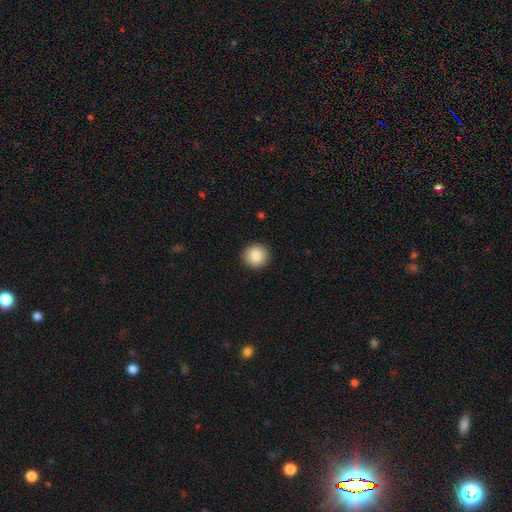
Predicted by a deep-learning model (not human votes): smooth-or-featured: smooth: 88% | star or artifact: 8% | featured or disk: 4%
  how-rounded: round: 93% | in between: 6% | cigar-shaped: 1%
  merging: none: 92% | minor disturbance: 5% | major disturbance: 2% | merger: 1%